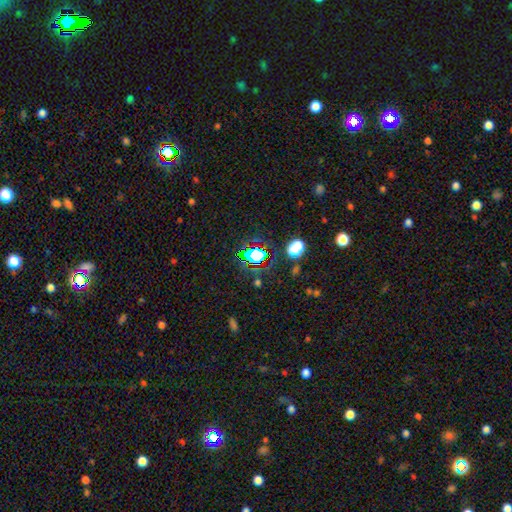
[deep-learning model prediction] smooth-or-featured: star or artifact: 63% | smooth: 26% | featured or disk: 11%